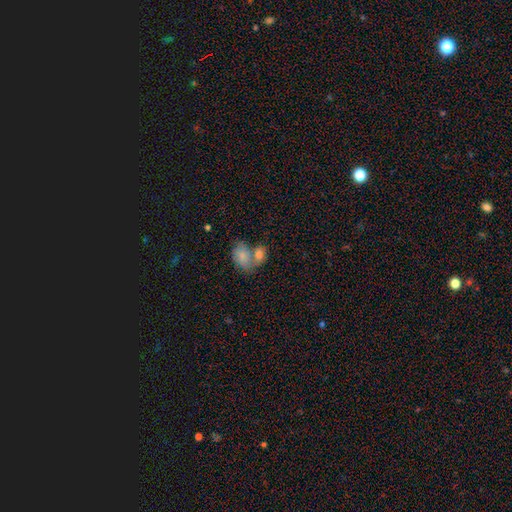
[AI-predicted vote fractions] The model was most divided on "merging": merger: 61%, none: 24%, minor disturbance: 10%, major disturbance: 5%. More confident: how rounded — in between (75%); smooth or featured — smooth (71%).